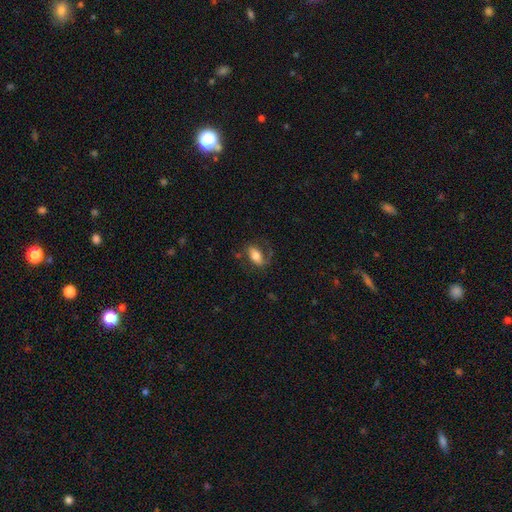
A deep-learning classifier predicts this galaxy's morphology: Smooth or featured?
  - smooth: 57% *
  - featured or disk: 36%
  - star or artifact: 7%
How rounded?
  - in between: 87% *
  - cigar-shaped: 7%
  - round: 6%
Merging?
  - none: 62% *
  - minor disturbance: 21%
  - major disturbance: 16%
  - merger: 2%